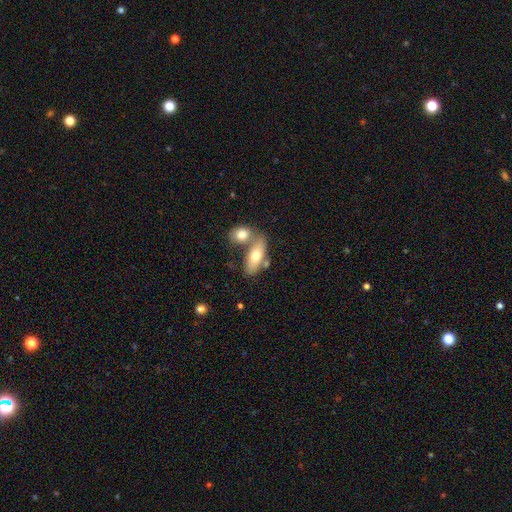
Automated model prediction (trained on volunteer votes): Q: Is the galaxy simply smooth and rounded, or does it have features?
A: smooth — 66%.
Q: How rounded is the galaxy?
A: in between — 80%.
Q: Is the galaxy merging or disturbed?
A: merger — 45%.